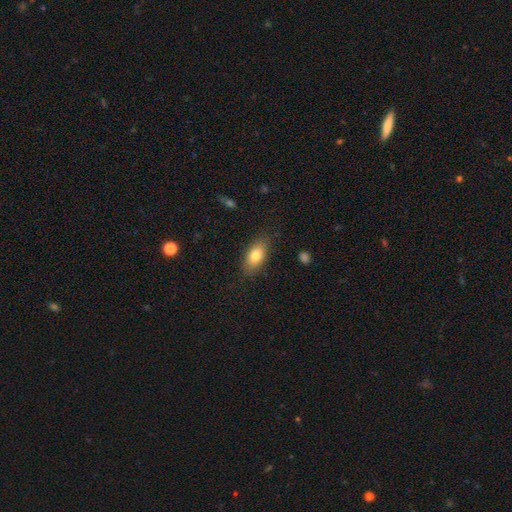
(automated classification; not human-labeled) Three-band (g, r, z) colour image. It shows a smooth galaxy with no disk features (78%) that is in between round and cigar-shaped (87%). Merging: none (84%).